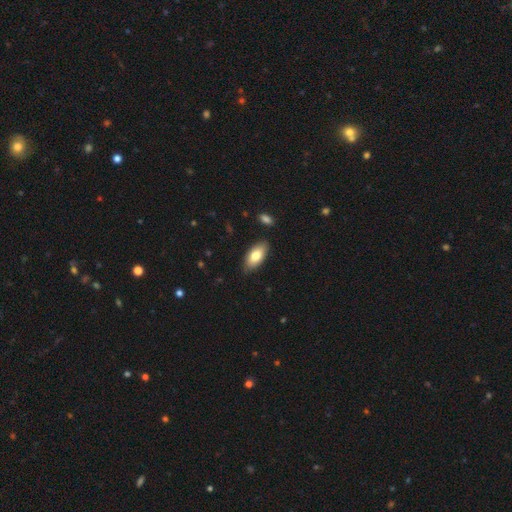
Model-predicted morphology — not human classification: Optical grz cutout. It shows a smooth galaxy with no disk features (78%) that is in between round and cigar-shaped (90%). Merging: none (84%).